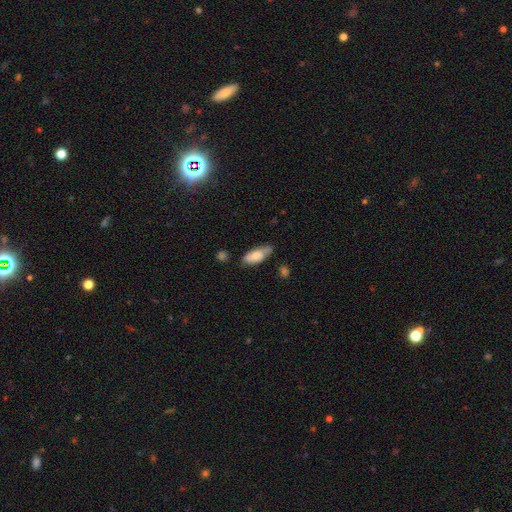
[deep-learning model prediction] smooth_or_featured: smooth (p=0.73) [alt: featured or disk p=0.21]
how_rounded: in between (p=0.80) [alt: cigar-shaped p=0.18]
merging: none (p=0.57) [alt: minor disturbance p=0.32]